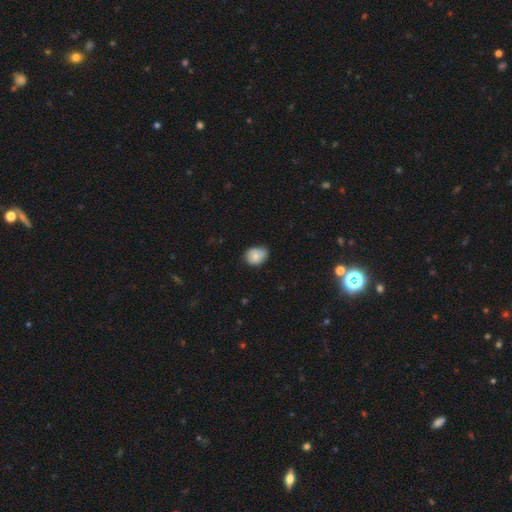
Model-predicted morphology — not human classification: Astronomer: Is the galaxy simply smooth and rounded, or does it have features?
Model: smooth — 78%.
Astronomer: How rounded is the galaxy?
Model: in between — 57% (runner-up: round, 42%).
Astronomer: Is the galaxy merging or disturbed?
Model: none — 61%.